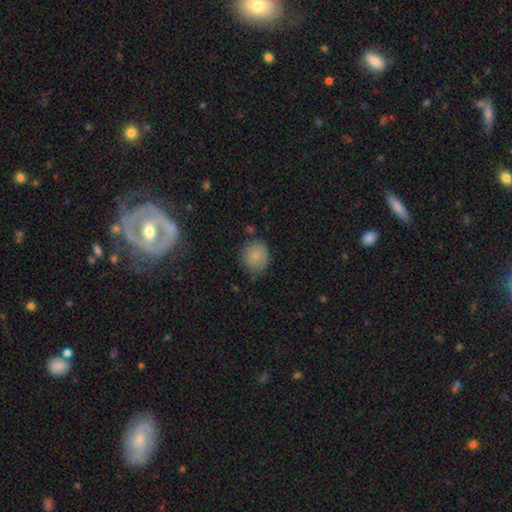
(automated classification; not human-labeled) Morphology: type=smooth (81%); roundness=round (75%); merging=none (68%).